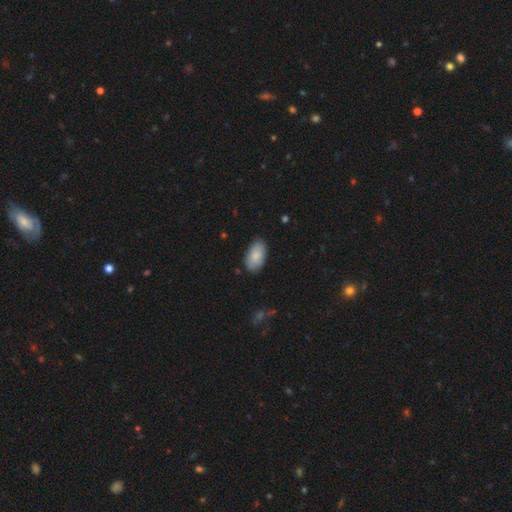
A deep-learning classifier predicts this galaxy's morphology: This appears to be a smooth galaxy with no disk features (87%) that is in between round and cigar-shaped (95%). Merging: none (84%).